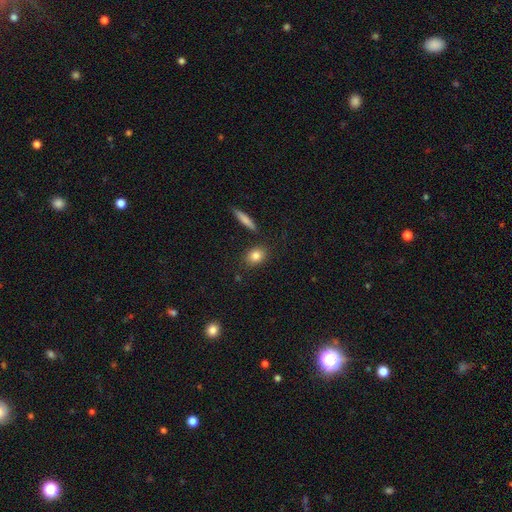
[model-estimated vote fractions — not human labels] Morphology: type=smooth (83%); roundness=in between (59%); merging=none (83%).